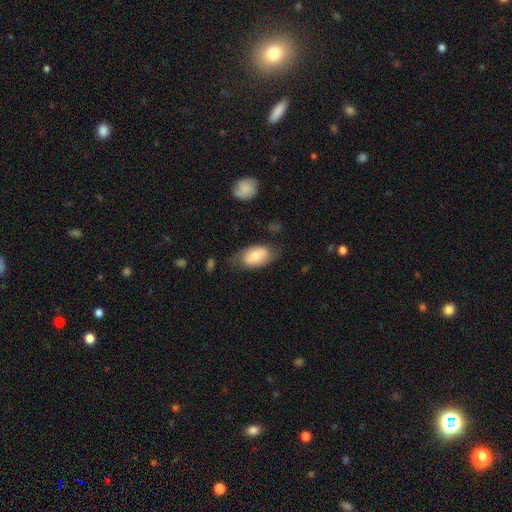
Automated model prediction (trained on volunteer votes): This is likely a smooth galaxy (69%). How rounded: clearly in between (92%). Merging: possibly none (60%).